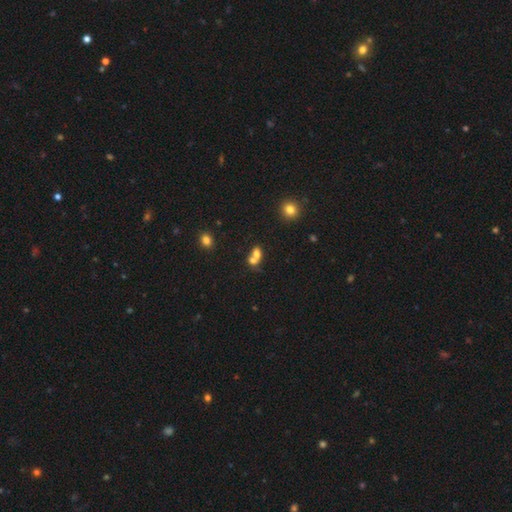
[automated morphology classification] Smooth or featured?
  - smooth: 69% *
  - featured or disk: 17%
  - star or artifact: 14%
How rounded?
  - in between: 56% *
  - round: 41%
  - cigar-shaped: 3%
Merging?
  - merger: 66% *
  - none: 24%
  - minor disturbance: 6%
  - major disturbance: 4%